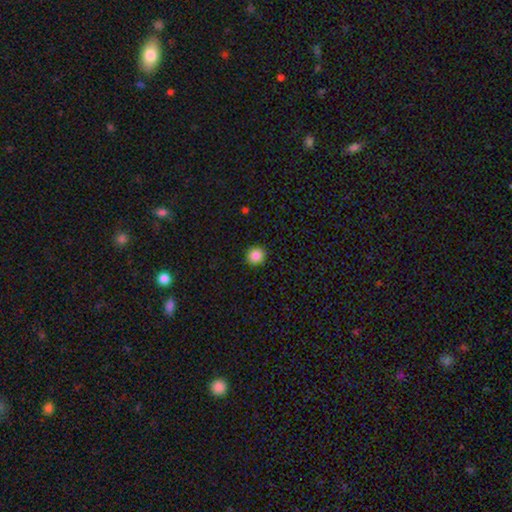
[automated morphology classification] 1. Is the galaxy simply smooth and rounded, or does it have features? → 85% smooth, 10% star or artifact, 4% featured or disk.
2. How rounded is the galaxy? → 90% round, 9% in between, 1% cigar-shaped.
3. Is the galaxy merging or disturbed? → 92% none, 5% minor disturbance, 2% major disturbance, 1% merger.